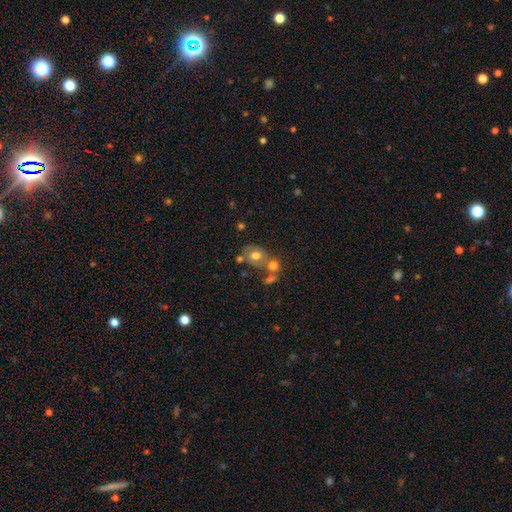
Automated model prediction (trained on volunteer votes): A smooth galaxy with no disk features (63%) that is round (50%). Merging: none (41%).